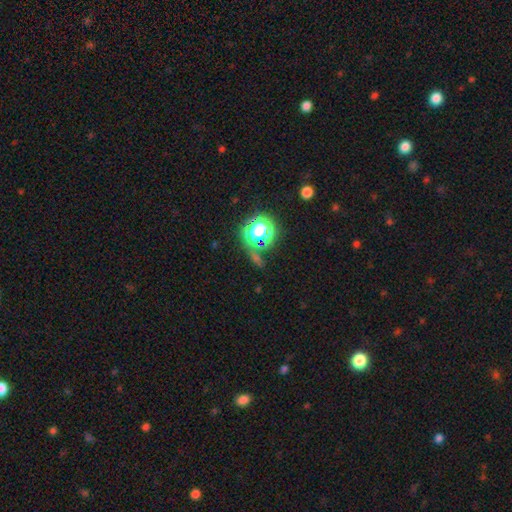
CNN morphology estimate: This is likely a star or artifact rather than a galaxy (63%).